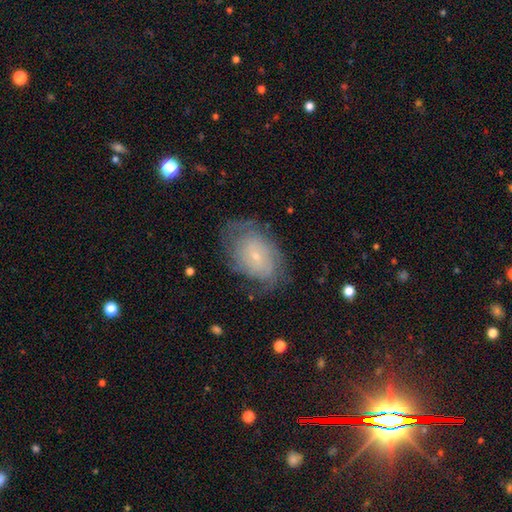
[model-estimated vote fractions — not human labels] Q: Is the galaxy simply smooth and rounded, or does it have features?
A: featured or disk — 62%.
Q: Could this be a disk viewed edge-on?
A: no — 96%.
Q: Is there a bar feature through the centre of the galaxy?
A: no — 79%.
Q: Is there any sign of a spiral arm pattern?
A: yes — 82%.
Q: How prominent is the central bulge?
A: small — 83%.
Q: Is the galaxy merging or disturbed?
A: none — 66%.